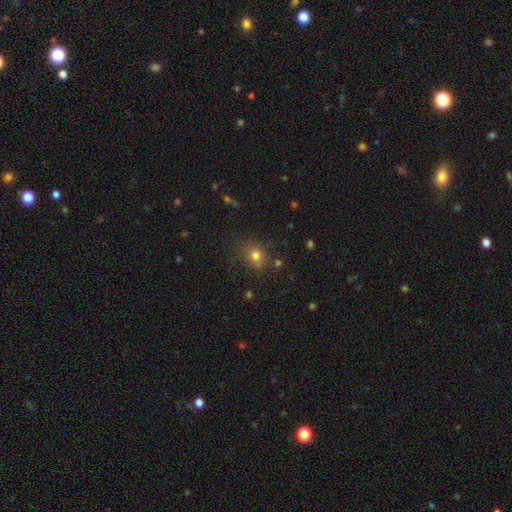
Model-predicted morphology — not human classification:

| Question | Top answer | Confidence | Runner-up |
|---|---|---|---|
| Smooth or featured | smooth | 75% | star or artifact (16%) |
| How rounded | round | 68% | in between (31%) |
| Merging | none | 74% | minor disturbance (16%) |